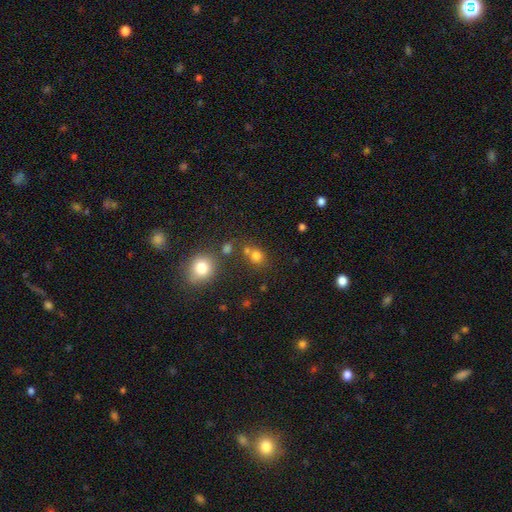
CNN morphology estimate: smooth_or_featured: smooth (p=0.75) [alt: star or artifact p=0.17]
how_rounded: round (p=0.77) [alt: in between p=0.22]
merging: none (p=0.60) [alt: merger p=0.24]